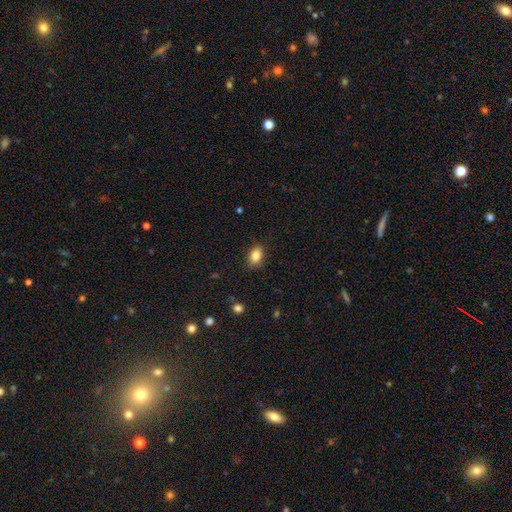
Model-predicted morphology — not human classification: A smooth galaxy with no disk features (85%) that is in between round and cigar-shaped (79%).

Vote fractions:
- Smooth or featured? smooth: 85% / star or artifact: 9% / featured or disk: 6%
- How rounded? in between: 79% / round: 20% / cigar-shaped: 1%
- Merging? none: 85% / minor disturbance: 11% / major disturbance: 2% / merger: 1%